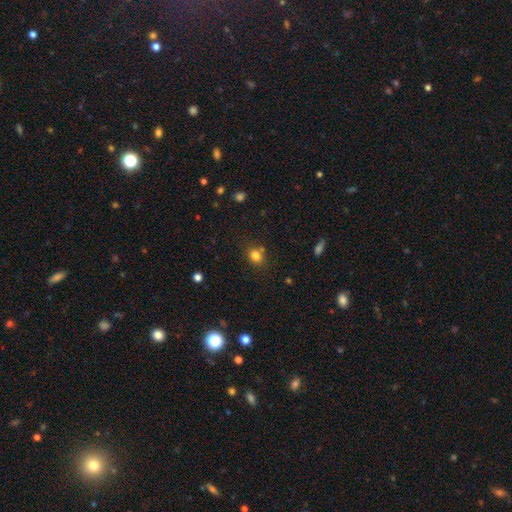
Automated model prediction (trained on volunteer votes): This appears to be a smooth galaxy with no disk features (80%) that is round (59%). Merging: none (71%).